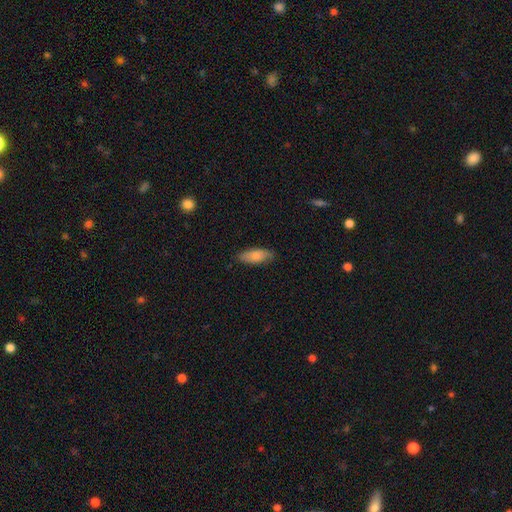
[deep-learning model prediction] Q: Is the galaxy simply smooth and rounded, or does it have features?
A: smooth — 77%.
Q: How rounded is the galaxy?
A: in between — 79%.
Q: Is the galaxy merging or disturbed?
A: none — 82%.